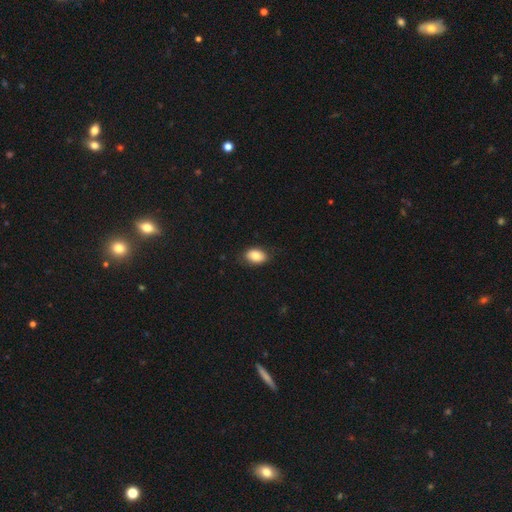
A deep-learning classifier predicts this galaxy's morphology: type=smooth (84%); roundness=in between (84%); merging=none (83%).